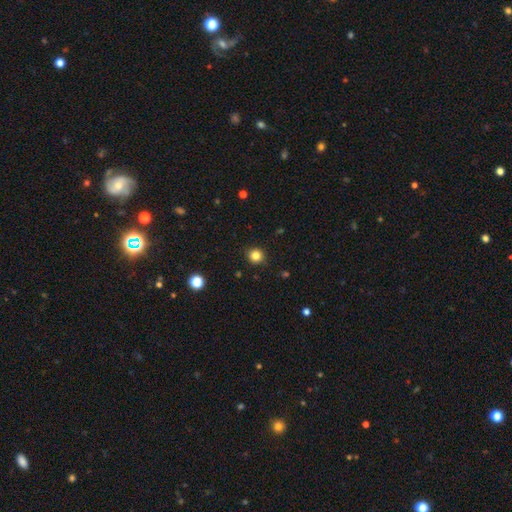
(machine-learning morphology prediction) A smooth galaxy with no disk features (83%) that is round (91%). Merging: none (91%).